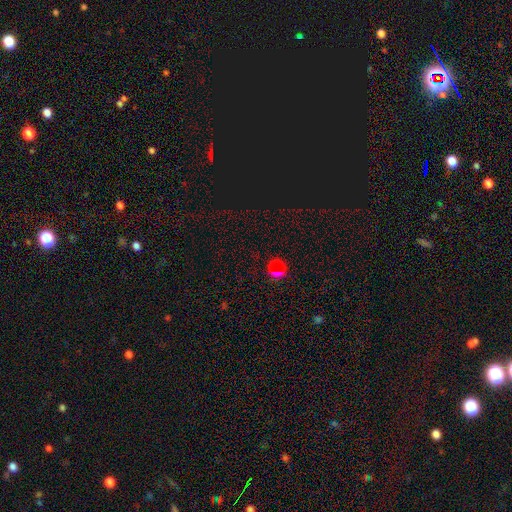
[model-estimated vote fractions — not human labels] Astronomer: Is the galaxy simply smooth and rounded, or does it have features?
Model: star or artifact — 52% (runner-up: smooth, 41%).